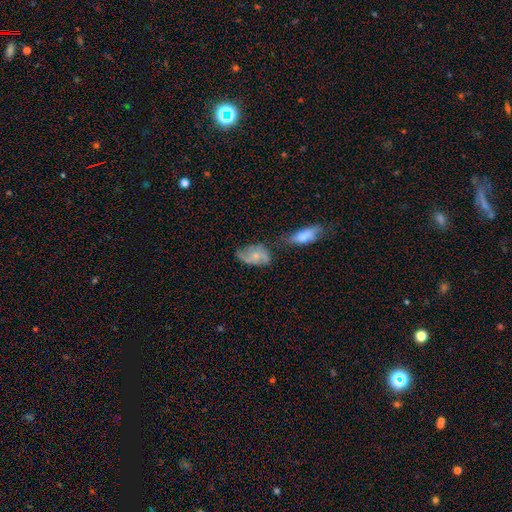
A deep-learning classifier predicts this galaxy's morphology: featured or disk 48%, smooth 44%, star or artifact 7%. Down the decision tree: merging — none (46%).